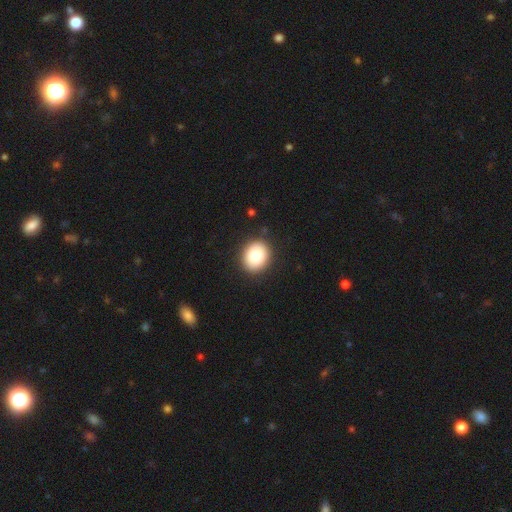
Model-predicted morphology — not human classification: A smooth galaxy with no disk features (85%) that is round (63%). Merging: none (89%).